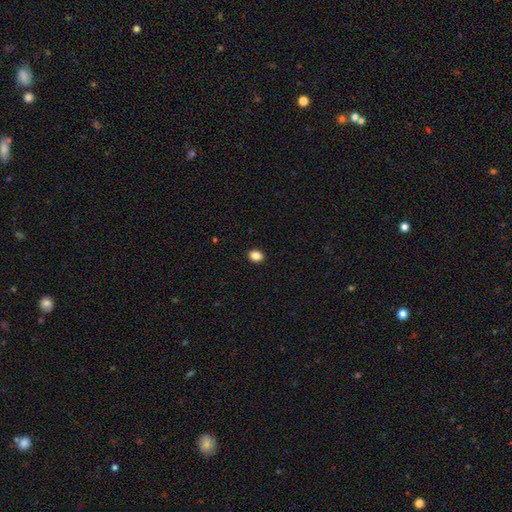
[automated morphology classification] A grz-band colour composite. It shows a smooth galaxy with no disk features (86%) that is in between round and cigar-shaped (50%). Merging: none (92%).